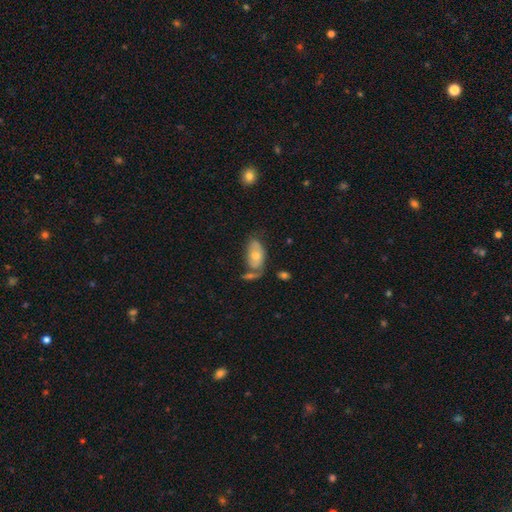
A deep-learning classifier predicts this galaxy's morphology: Smooth or featured?
  - smooth: 60% *
  - featured or disk: 34%
  - star or artifact: 7%
How rounded?
  - in between: 92% *
  - round: 5%
  - cigar-shaped: 3%
Merging?
  - none: 41% *
  - minor disturbance: 23%
  - merger: 23%
  - major disturbance: 13%